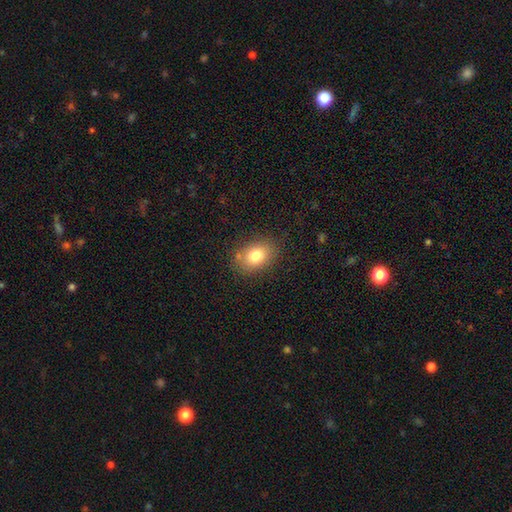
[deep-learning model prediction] The model was most divided on "how rounded": in between: 71%, round: 27%, cigar-shaped: 1%. More confident: merging — none (81%); smooth or featured — smooth (79%).